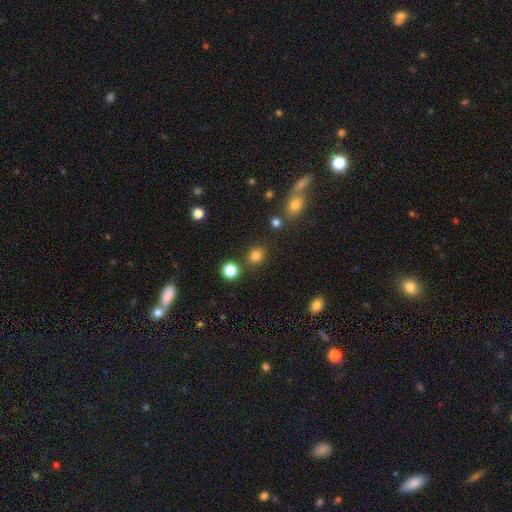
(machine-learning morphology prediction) Smooth or featured? smooth (81%)
How rounded? round (82%)
Merging? none (84%)